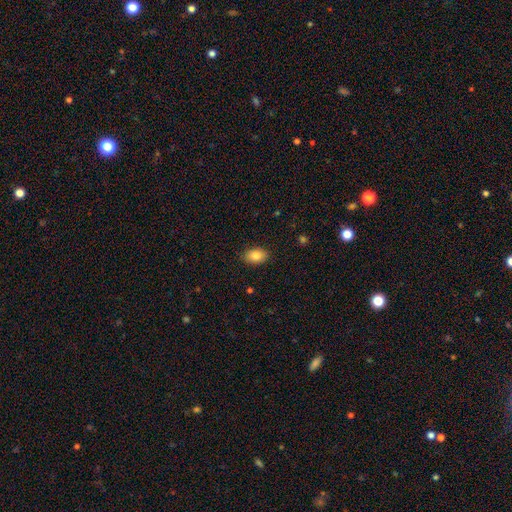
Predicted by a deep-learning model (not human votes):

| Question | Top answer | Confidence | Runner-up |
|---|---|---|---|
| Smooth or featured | smooth | 84% | star or artifact (8%) |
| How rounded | in between | 86% | round (13%) |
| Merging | none | 88% | minor disturbance (9%) |